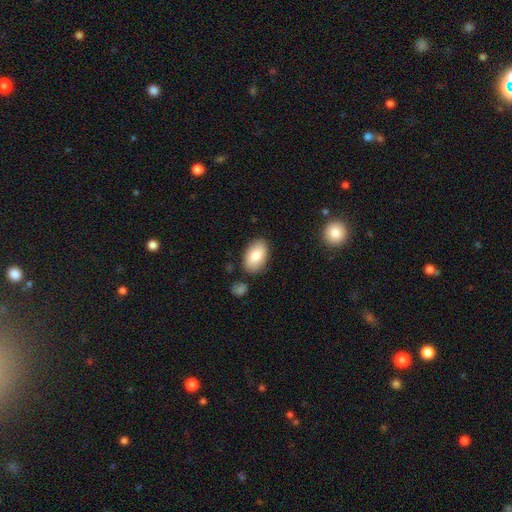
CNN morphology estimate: Smooth or featured? Predicted: smooth (p=0.81). How rounded? Predicted: in between (p=0.93). Merging? Predicted: none (p=0.82).